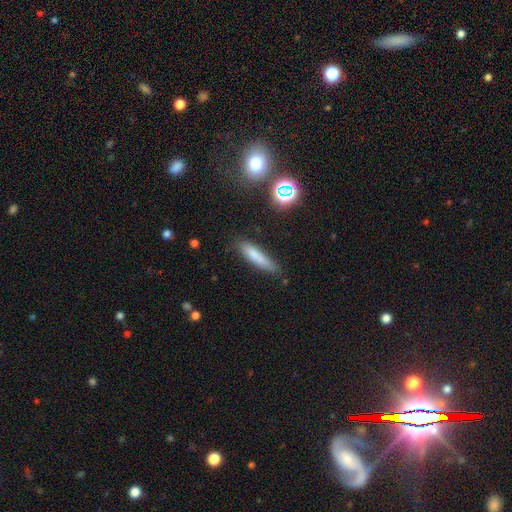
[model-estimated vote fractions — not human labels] Smooth or featured? smooth (75%)
How rounded? cigar-shaped (82%)
Merging? none (79%)